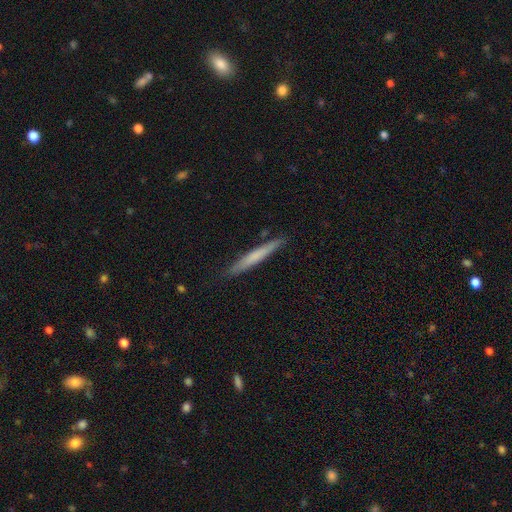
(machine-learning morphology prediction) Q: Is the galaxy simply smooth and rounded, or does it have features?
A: smooth — 62%.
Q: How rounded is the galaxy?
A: cigar-shaped — 96%.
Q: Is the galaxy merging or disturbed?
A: none — 87%.